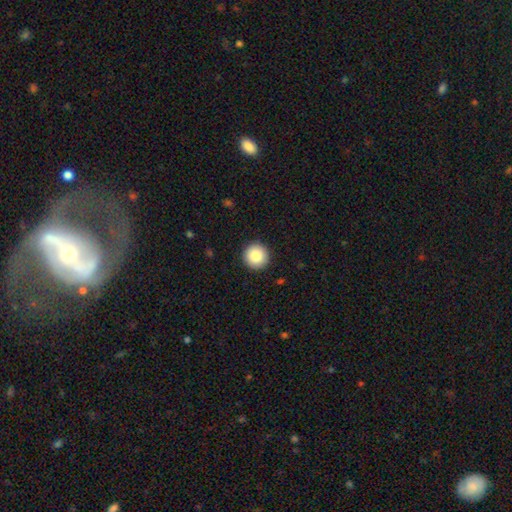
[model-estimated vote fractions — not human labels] A smooth galaxy with no disk features (87%) that is round (96%). Merging: none (93%).